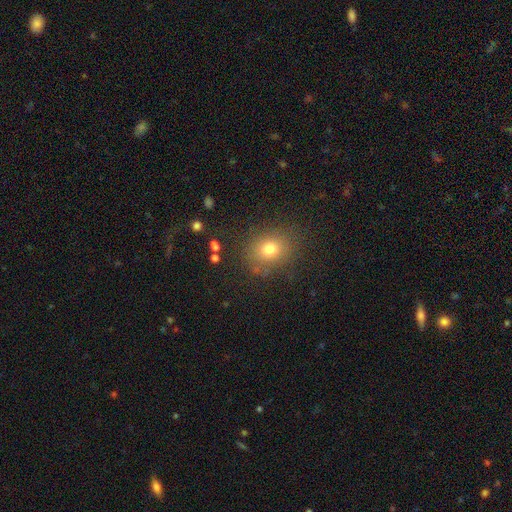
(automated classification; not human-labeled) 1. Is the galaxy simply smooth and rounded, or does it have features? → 69% smooth, 22% star or artifact, 10% featured or disk.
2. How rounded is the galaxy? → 69% round, 30% in between, 1% cigar-shaped.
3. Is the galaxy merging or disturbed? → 85% none, 9% minor disturbance, 3% major disturbance, 2% merger.